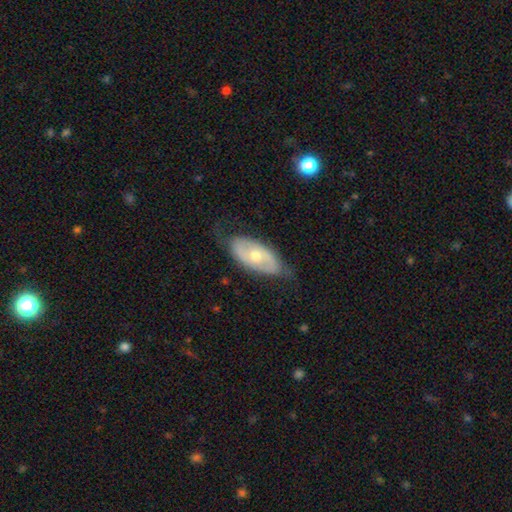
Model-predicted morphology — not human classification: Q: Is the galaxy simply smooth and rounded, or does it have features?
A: featured or disk — 60%.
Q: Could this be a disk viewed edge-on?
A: no — 88%.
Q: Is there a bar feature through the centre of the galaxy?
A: no — 68%.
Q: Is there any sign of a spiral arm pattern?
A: yes — 51%.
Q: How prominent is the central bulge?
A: moderate — 58%.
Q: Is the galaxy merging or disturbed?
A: none — 69%.